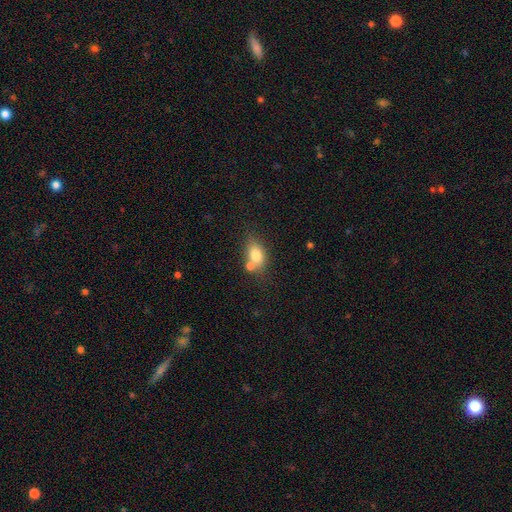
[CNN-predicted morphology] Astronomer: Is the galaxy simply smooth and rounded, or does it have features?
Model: smooth — 76%.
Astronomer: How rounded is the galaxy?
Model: in between — 78%.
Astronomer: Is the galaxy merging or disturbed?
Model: none — 52% (runner-up: merger, 28%).